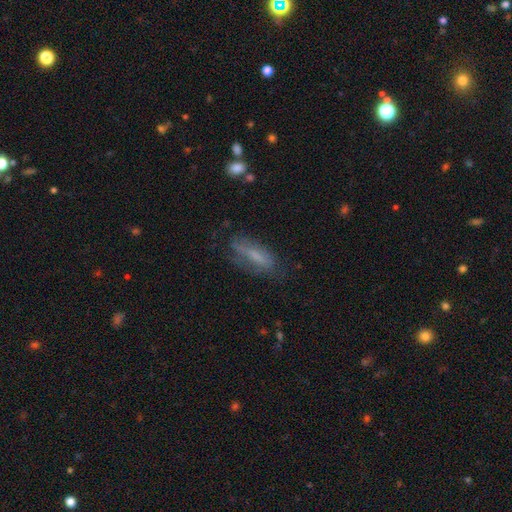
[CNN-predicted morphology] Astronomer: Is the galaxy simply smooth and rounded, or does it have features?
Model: smooth — 53% (runner-up: featured or disk, 36%).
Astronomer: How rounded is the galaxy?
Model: cigar-shaped — 50% (runner-up: in between, 47%).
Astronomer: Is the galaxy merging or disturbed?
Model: none — 63%.